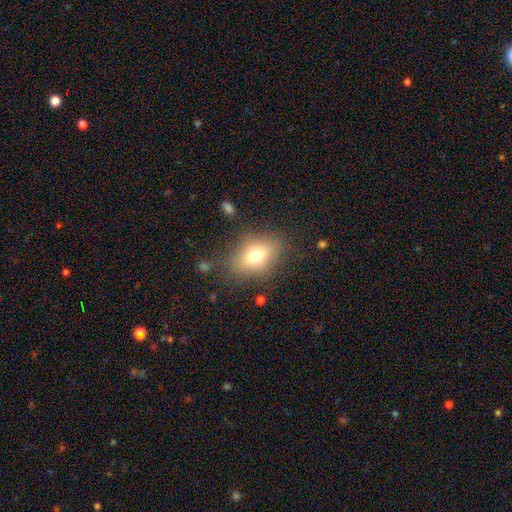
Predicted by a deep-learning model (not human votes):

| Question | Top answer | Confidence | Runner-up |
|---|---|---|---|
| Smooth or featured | smooth | 72% | featured or disk (16%) |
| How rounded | in between | 73% | round (24%) |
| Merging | none | 77% | minor disturbance (14%) |